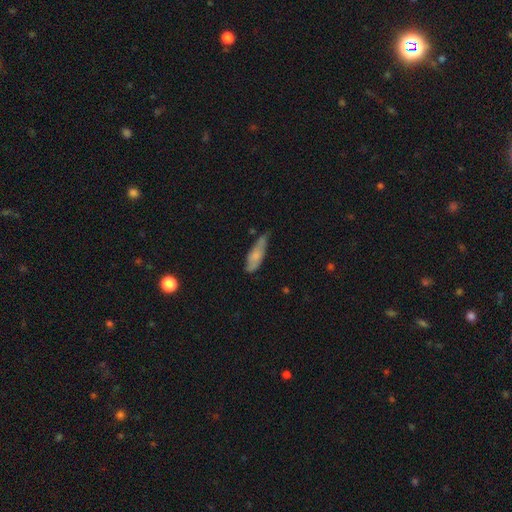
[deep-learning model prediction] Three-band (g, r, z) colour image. It shows a smooth galaxy with no disk features (65%) that is cigar-shaped (50%). Merging: none (51%).